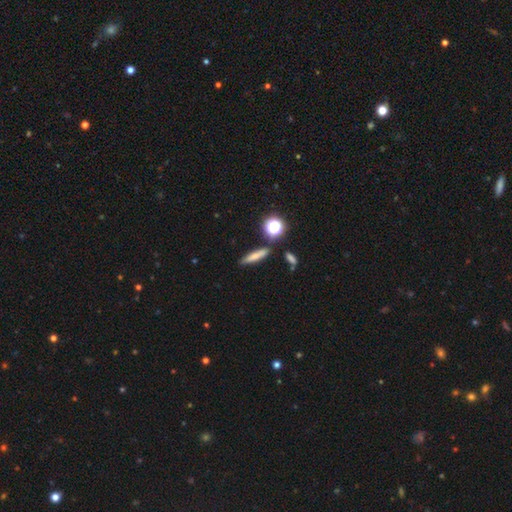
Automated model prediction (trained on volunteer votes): Smooth or featured? Predicted: smooth (p=0.70). How rounded? Predicted: cigar-shaped (p=0.74). Merging? Predicted: none (p=0.82).